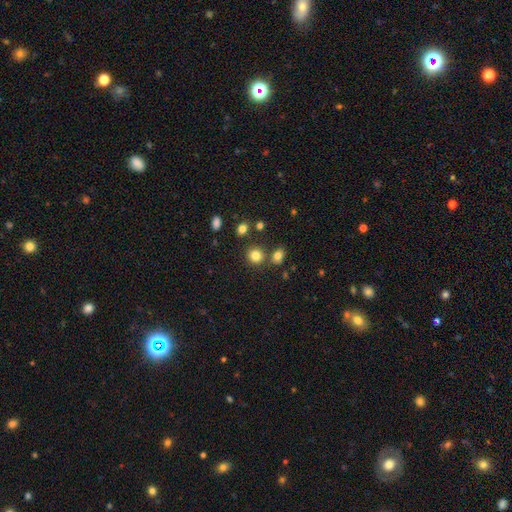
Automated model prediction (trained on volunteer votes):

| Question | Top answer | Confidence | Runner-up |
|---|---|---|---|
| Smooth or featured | smooth | 81% | star or artifact (13%) |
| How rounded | round | 85% | in between (14%) |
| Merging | none | 76% | merger (12%) |